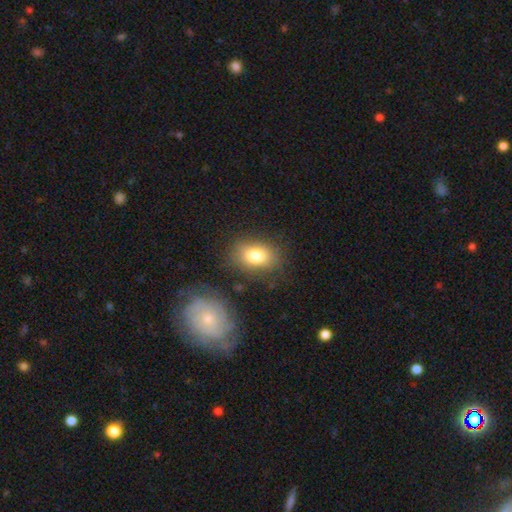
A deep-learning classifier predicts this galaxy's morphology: Smooth or featured? smooth (80%)
How rounded? in between (78%)
Merging? none (76%)